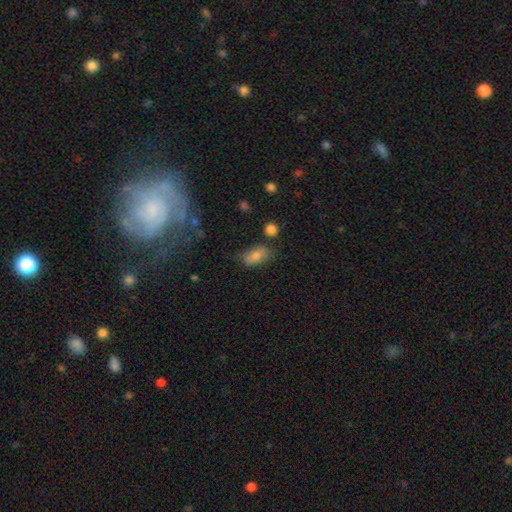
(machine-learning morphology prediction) This is likely a smooth galaxy (77%). How rounded: clearly in between (87%). Merging: likely none (69%).